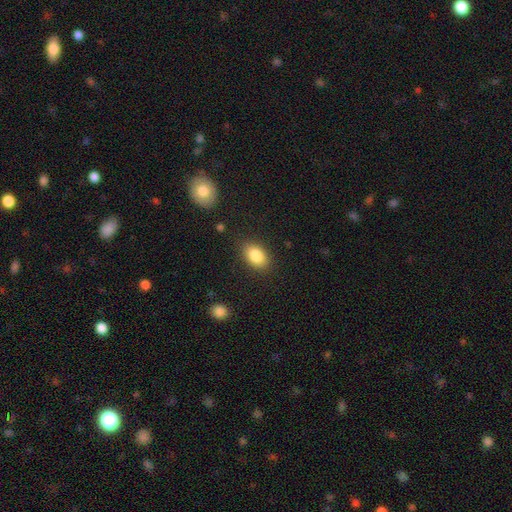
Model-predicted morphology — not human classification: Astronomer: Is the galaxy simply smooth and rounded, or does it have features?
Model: smooth — 86%.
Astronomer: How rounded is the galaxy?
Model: in between — 88%.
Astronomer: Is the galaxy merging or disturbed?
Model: none — 85%.